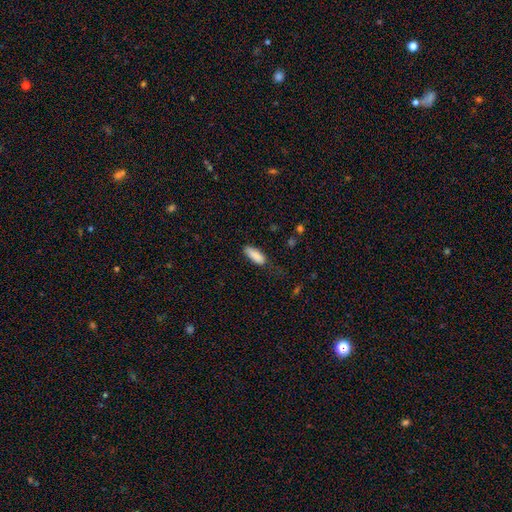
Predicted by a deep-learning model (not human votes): A smooth galaxy with no disk features (87%) that is in between round and cigar-shaped (69%).

Vote fractions:
- Smooth or featured? smooth: 87% / featured or disk: 7% / star or artifact: 6%
- How rounded? in between: 69% / cigar-shaped: 29% / round: 2%
- Merging? none: 72% / minor disturbance: 21% / major disturbance: 5% / merger: 2%